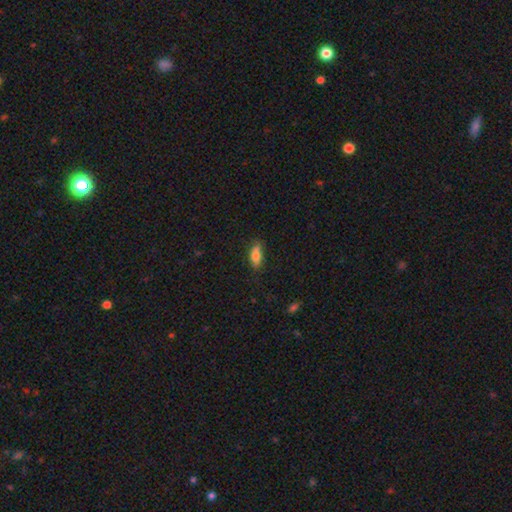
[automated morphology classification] Smooth or featured? smooth (77%)
How rounded? in between (74%)
Merging? none (72%)